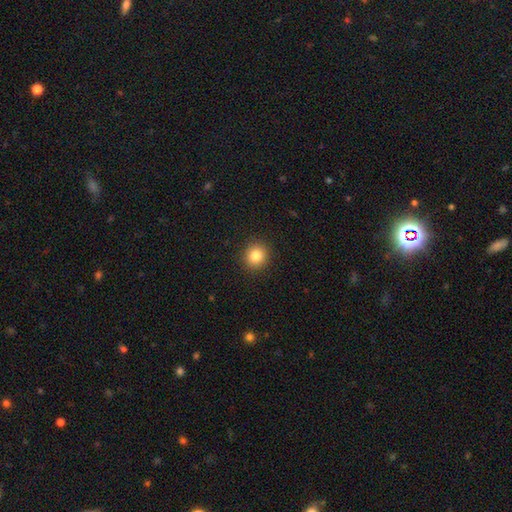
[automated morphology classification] Overall: smooth (84%). How rounded: round (89%). Merging: none (92%).